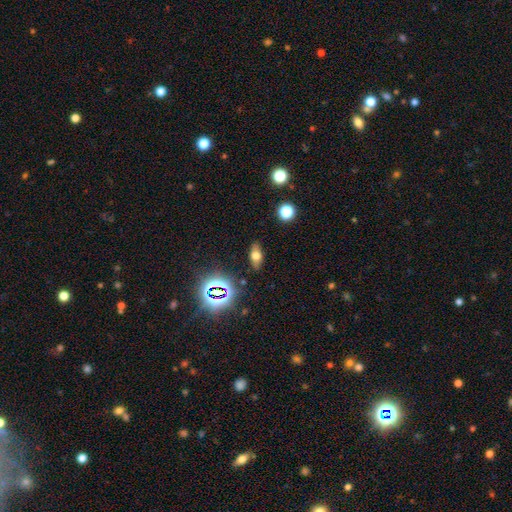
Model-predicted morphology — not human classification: Smooth or featured? Predicted: smooth (p=0.60). How rounded? Predicted: in between (p=0.77). Merging? Predicted: none (p=0.85).